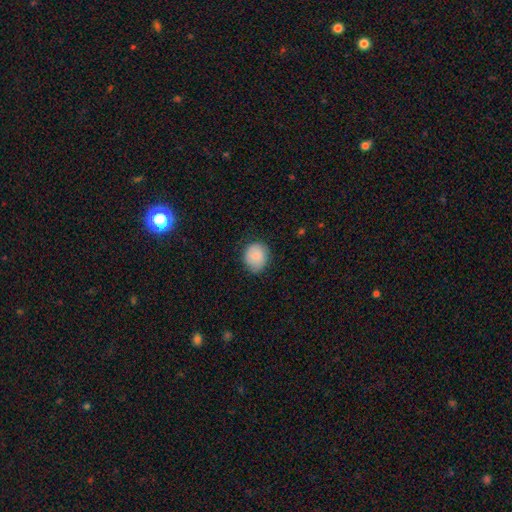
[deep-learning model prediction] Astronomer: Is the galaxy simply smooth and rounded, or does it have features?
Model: smooth — 81%.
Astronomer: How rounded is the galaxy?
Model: round — 72%.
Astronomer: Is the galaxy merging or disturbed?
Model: none — 73%.